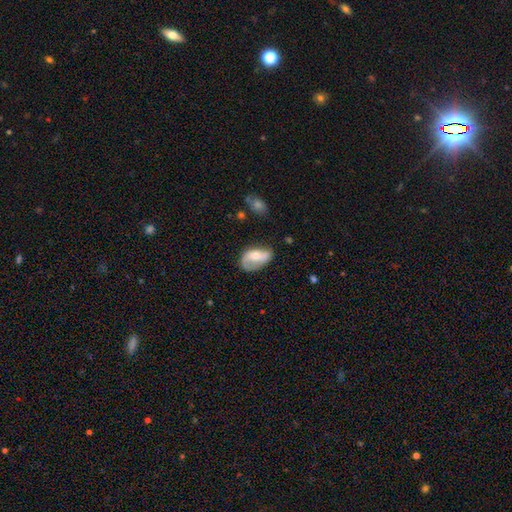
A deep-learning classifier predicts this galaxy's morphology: type=featured or disk (56%); edge-on=no (95%); bar=no (53%); spiral arms=yes (78%); bulge=moderate (50%); merging=none (48%).